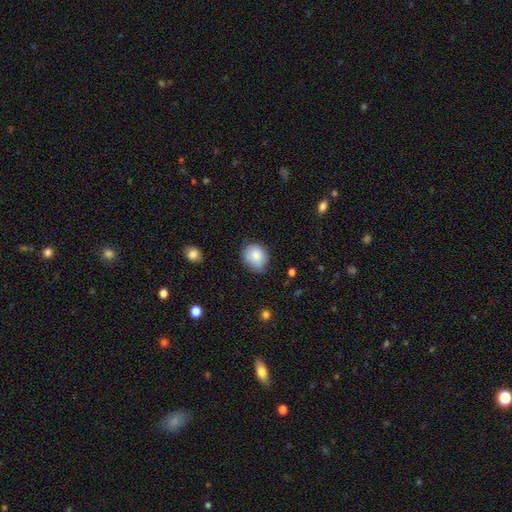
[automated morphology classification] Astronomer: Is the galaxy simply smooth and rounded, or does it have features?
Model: smooth — 84%.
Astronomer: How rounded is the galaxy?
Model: round — 62% (runner-up: in between, 37%).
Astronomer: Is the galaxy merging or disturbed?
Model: none — 65%.